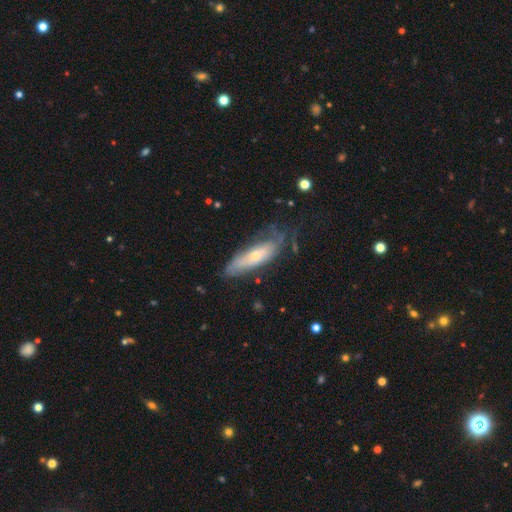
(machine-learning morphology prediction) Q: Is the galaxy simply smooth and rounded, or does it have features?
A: featured or disk — 53%.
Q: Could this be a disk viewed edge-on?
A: no — 63%.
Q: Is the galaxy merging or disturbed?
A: none — 50%.